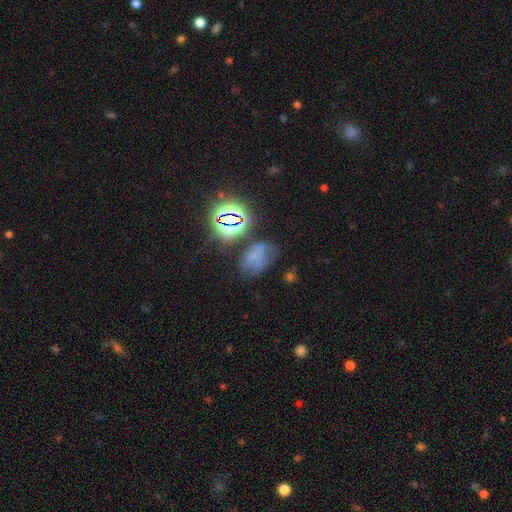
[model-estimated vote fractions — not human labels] Overall: smooth (45%; star or artifact 32%). Merging: none (41%; minor disturbance 25%).